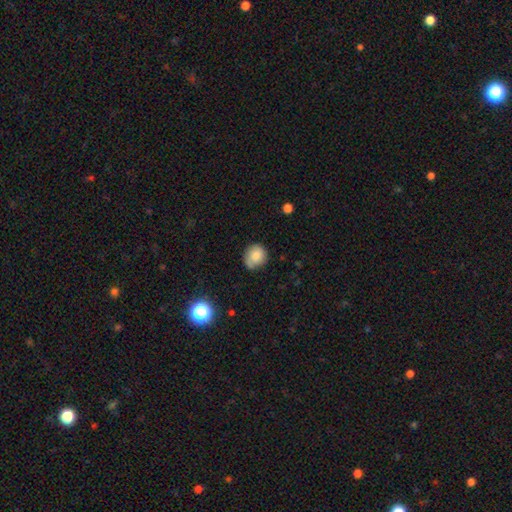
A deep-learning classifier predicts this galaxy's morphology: Smooth or featured? Predicted: smooth (p=0.81). How rounded? Predicted: round (p=0.78). Merging? Predicted: none (p=0.64).